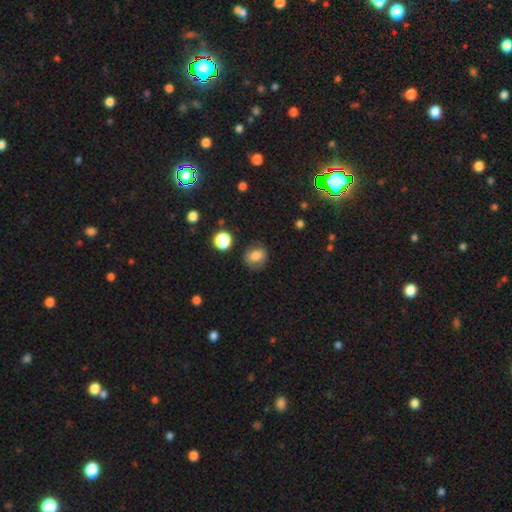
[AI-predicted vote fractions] This appears to be a smooth galaxy with no disk features (75%) that is round (63%). Merging: none (79%).